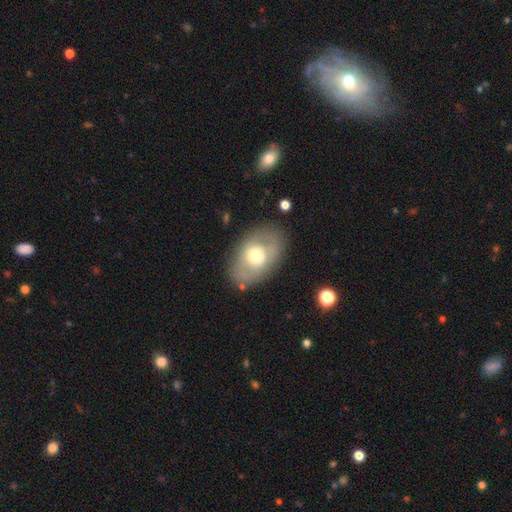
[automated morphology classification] smooth 49%, featured or disk 44%, star or artifact 7%. Down the decision tree: merging — none (80%).